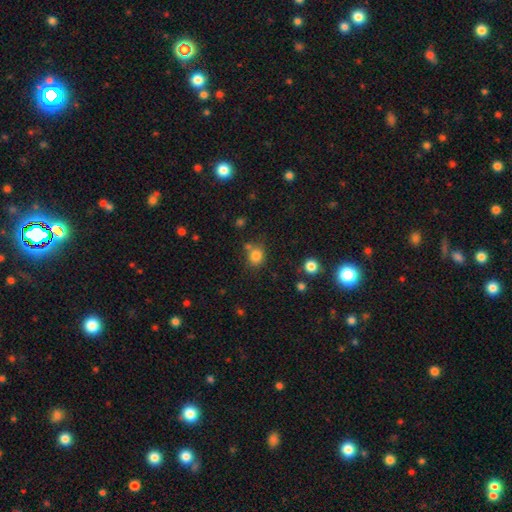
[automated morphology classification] type=smooth (82%); roundness=round (73%); merging=none (69%).